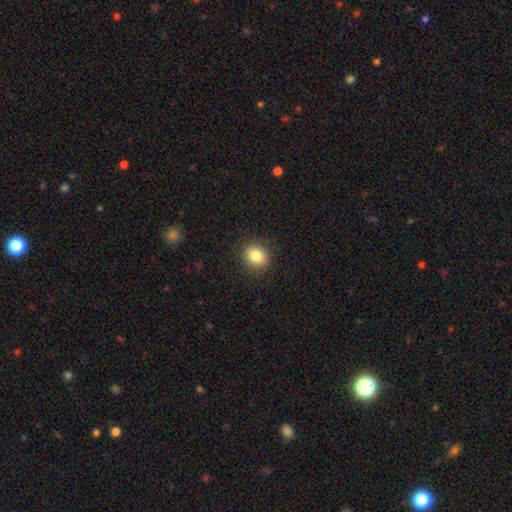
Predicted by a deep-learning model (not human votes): Smooth or featured? smooth (83%)
How rounded? round (63%)
Merging? none (88%)